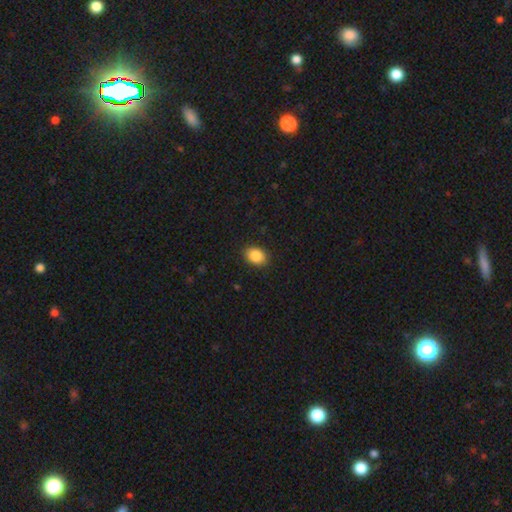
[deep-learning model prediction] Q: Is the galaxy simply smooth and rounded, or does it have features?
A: smooth — 88%.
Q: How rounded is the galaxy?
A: in between — 66%.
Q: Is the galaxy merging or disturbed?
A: none — 89%.